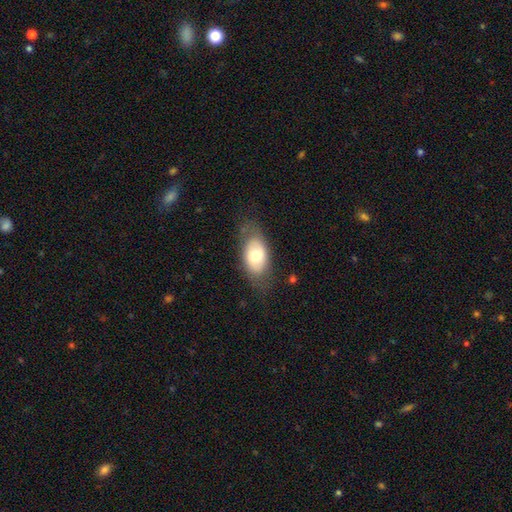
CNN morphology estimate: Smooth or featured? smooth (67%)
How rounded? in between (90%)
Merging? none (70%)